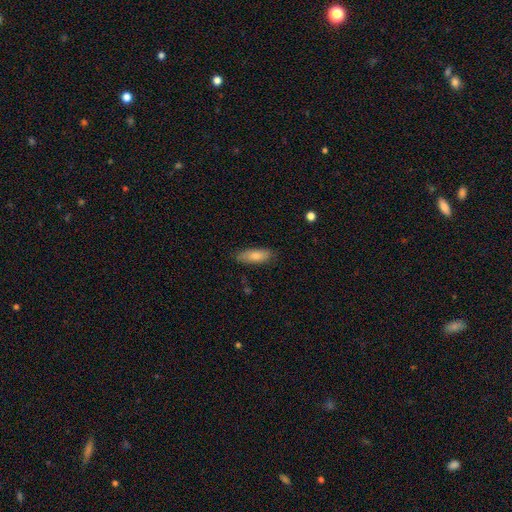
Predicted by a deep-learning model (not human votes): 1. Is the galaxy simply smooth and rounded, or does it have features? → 80% smooth, 14% featured or disk, 6% star or artifact.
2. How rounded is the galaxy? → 64% in between, 34% cigar-shaped, 2% round.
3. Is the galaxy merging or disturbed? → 82% none, 14% minor disturbance, 3% major disturbance, 1% merger.